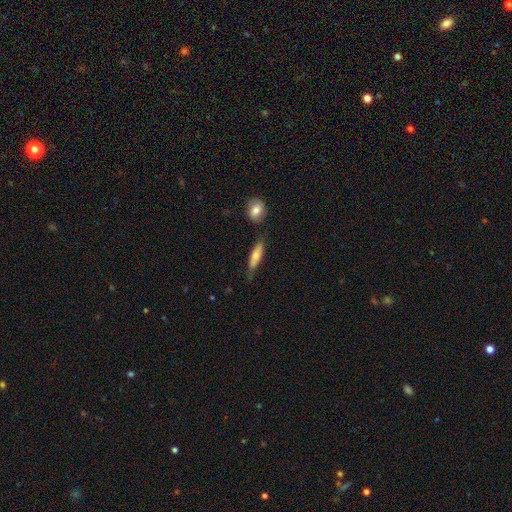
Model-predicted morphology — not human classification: smooth 70%, featured or disk 24%, star or artifact 6%. Down the decision tree: how rounded — cigar-shaped (64%); merging — none (68%).